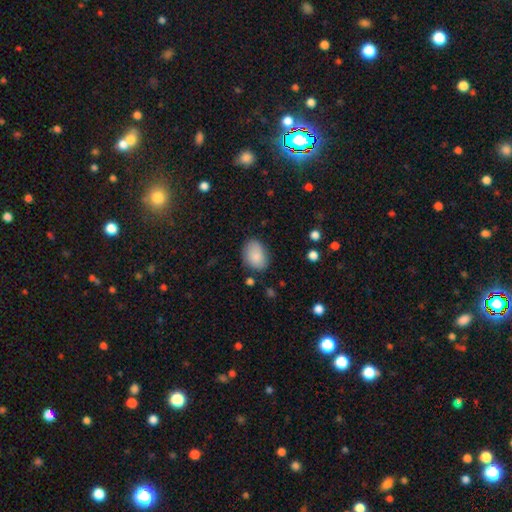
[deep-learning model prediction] This is clearly a smooth galaxy (86%). How rounded: likely in between (77%). Merging: likely none (74%).